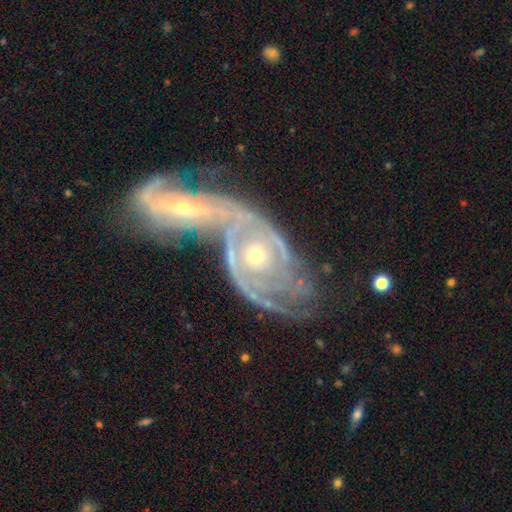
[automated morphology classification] featured or disk 88%, smooth 7%, star or artifact 5%. Down the decision tree: edge-on disk — no (95%); bar — no (74%); spiral arms — yes (93%); spiral arm count — 2 (56%); spiral winding — tight (51%); bulge size — small (54%); merging — merger (44%).